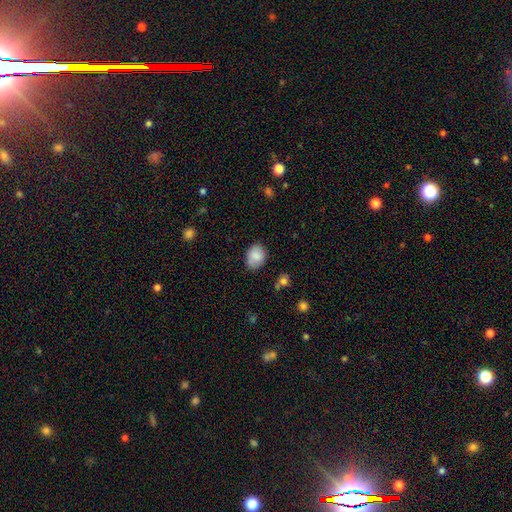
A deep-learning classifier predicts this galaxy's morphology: Smooth or featured: smooth — 83% (featured or disk — 9%)
How rounded: in between — 67% (round — 32%)
Merging: none — 73% (minor disturbance — 21%)